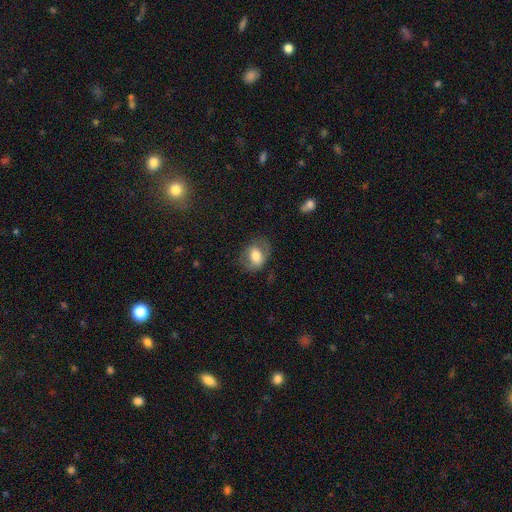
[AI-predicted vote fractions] smooth 58%, featured or disk 34%, star or artifact 8%. Down the decision tree: how rounded — in between (69%); merging — none (64%).